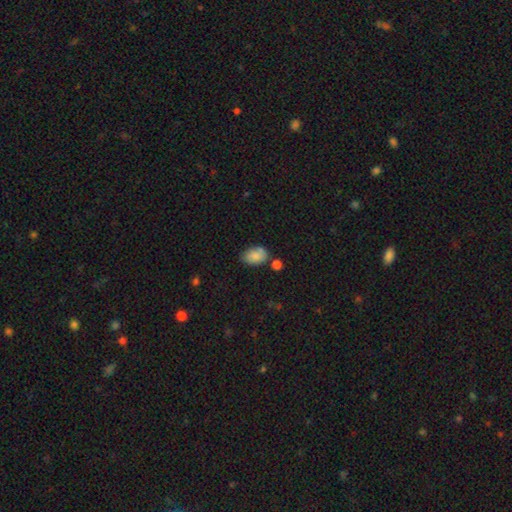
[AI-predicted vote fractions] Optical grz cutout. It shows a smooth galaxy with no disk features (84%) that is in between round and cigar-shaped (90%). Merging: none (61%).